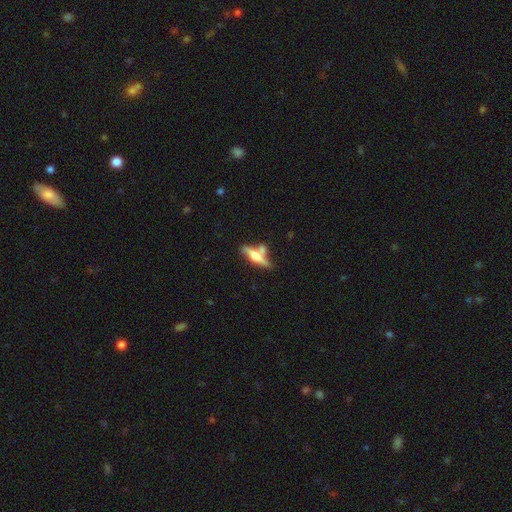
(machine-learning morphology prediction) A featured or disk galaxy (56%) viewed edge-on (90%) with a rounded central bulge (89%). Merging: none (53%).